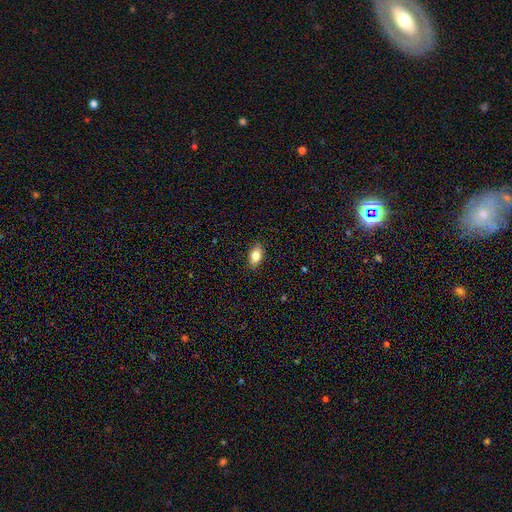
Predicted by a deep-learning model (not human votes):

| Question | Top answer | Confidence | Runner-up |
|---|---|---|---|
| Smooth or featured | smooth | 82% | featured or disk (10%) |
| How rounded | in between | 89% | round (8%) |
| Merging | none | 89% | minor disturbance (9%) |